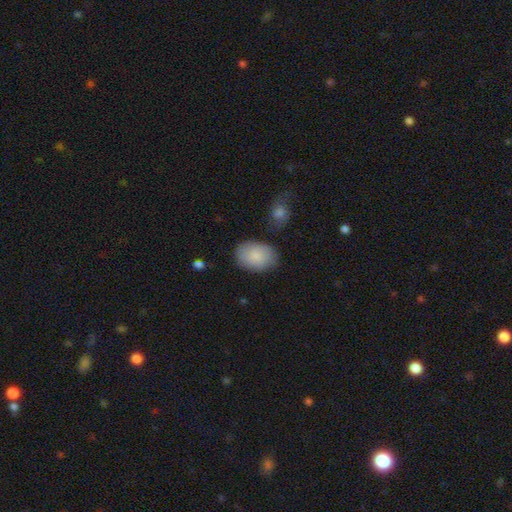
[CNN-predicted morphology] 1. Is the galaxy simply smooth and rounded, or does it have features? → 86% smooth, 8% featured or disk, 6% star or artifact.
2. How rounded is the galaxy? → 79% in between, 20% round, 1% cigar-shaped.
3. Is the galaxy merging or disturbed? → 79% none, 14% minor disturbance, 4% merger, 4% major disturbance.